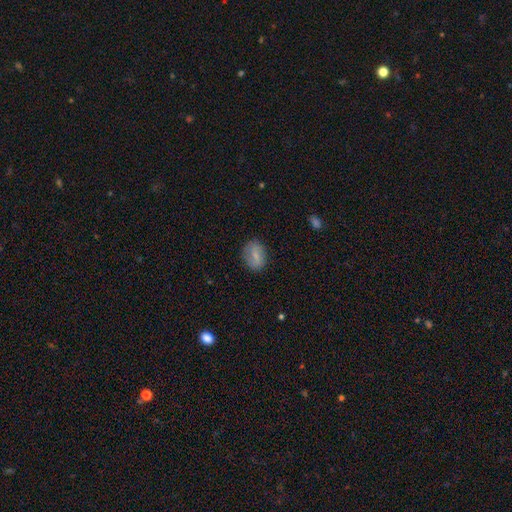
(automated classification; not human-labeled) smooth_or_featured: smooth (p=0.72) [alt: featured or disk p=0.20]
how_rounded: in between (p=0.72) [alt: round p=0.26]
merging: none (p=0.80) [alt: minor disturbance p=0.15]